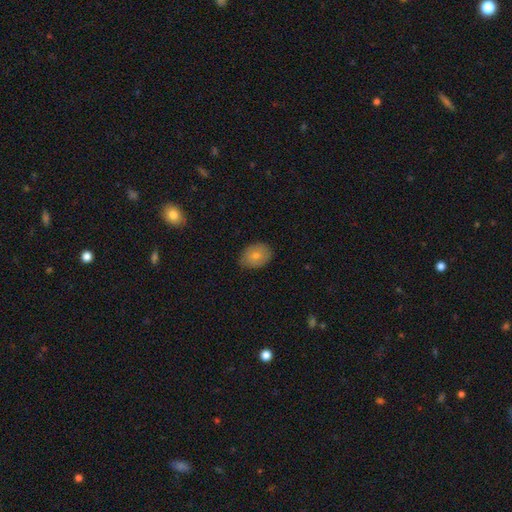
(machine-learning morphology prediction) A smooth galaxy with no disk features (74%) that is in between round and cigar-shaped (68%). Merging: none (80%).